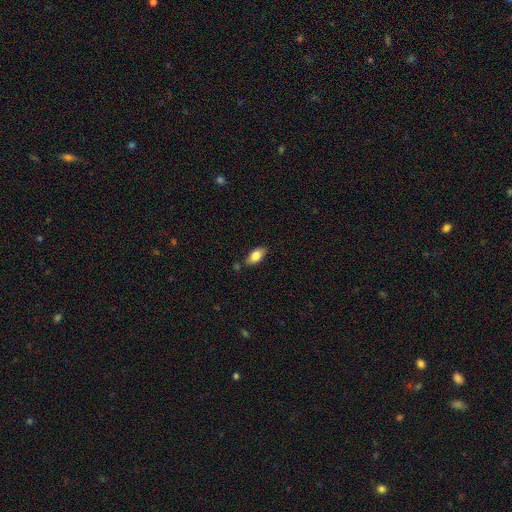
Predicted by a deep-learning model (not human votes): smooth 81%, featured or disk 12%, star or artifact 7%. Down the decision tree: how rounded — in between (91%); merging — none (78%).